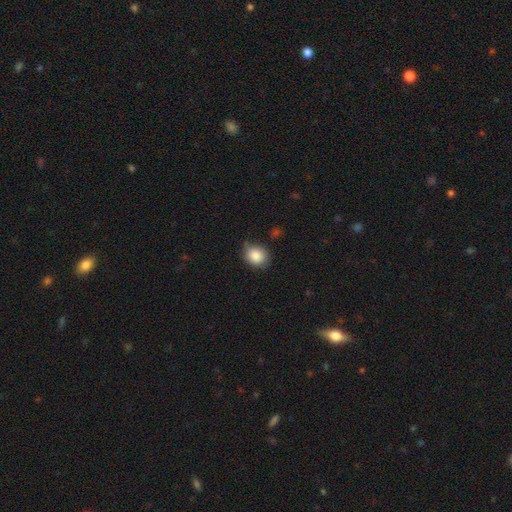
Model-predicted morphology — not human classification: smooth 86%, star or artifact 8%, featured or disk 6%. Down the decision tree: how rounded — round (55%); merging — none (71%).